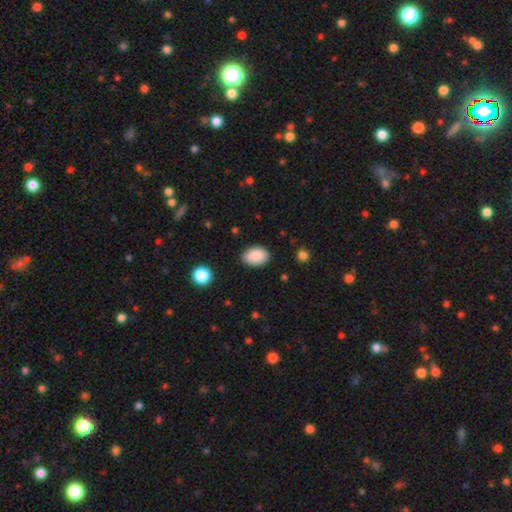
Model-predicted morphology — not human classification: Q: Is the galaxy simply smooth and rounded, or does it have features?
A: smooth — 89%.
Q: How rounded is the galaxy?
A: in between — 85%.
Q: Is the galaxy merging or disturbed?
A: none — 85%.